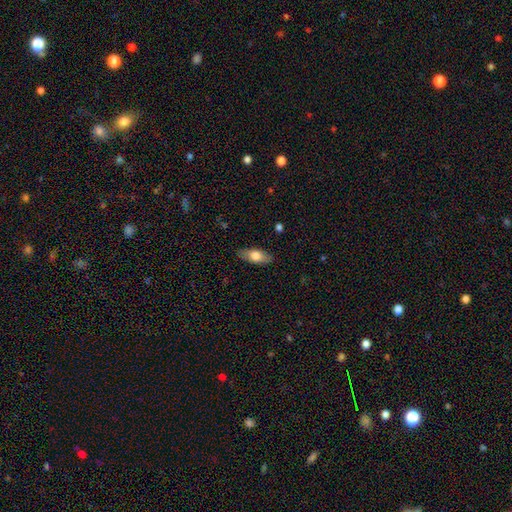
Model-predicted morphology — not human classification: This appears to be a smooth galaxy with no disk features (71%) that is in between round and cigar-shaped (79%). Merging: none (88%).